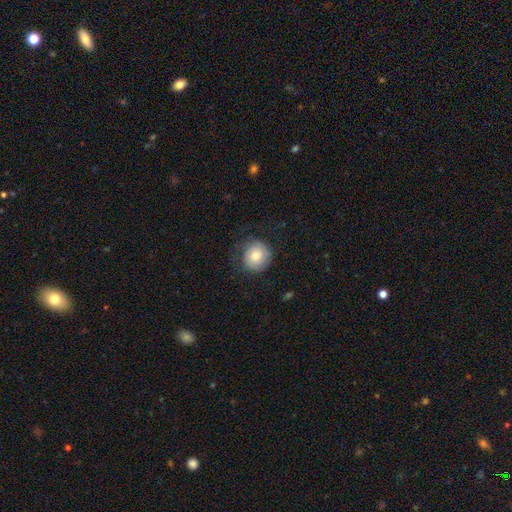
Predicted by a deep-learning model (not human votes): smooth 69%, featured or disk 24%, star or artifact 7%. Down the decision tree: how rounded — round (89%); merging — none (67%).